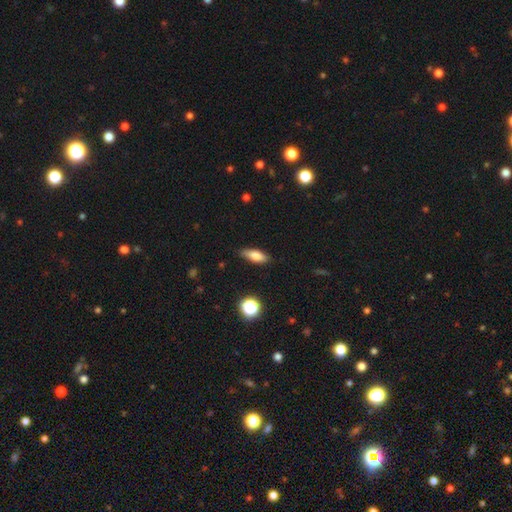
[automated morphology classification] A smooth galaxy with no disk features (76%) that is in between round and cigar-shaped (64%). Merging: none (83%).